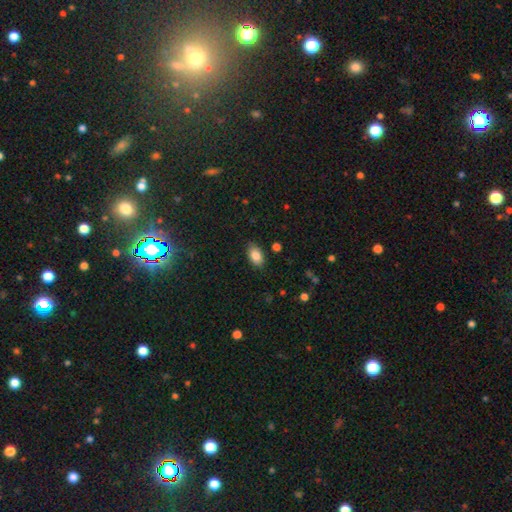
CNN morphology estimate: Smooth or featured? smooth (86%)
How rounded? in between (89%)
Merging? none (83%)